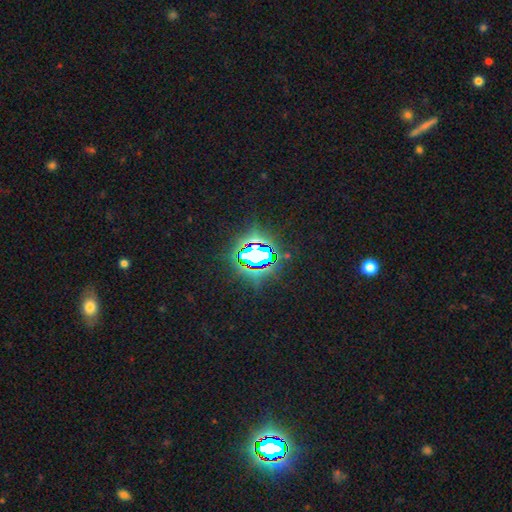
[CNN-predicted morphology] Smooth or featured?
  - star or artifact: 79% *
  - smooth: 11%
  - featured or disk: 10%